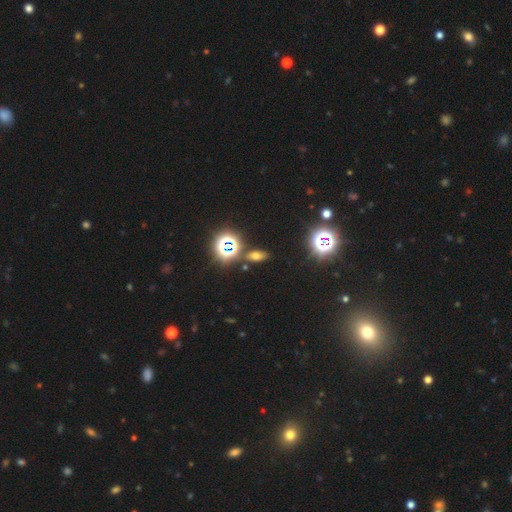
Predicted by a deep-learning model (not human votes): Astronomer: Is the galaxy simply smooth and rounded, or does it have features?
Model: smooth — 52% (runner-up: star or artifact, 35%).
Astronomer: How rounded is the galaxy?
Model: in between — 74%.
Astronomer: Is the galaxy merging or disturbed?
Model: none — 83%.